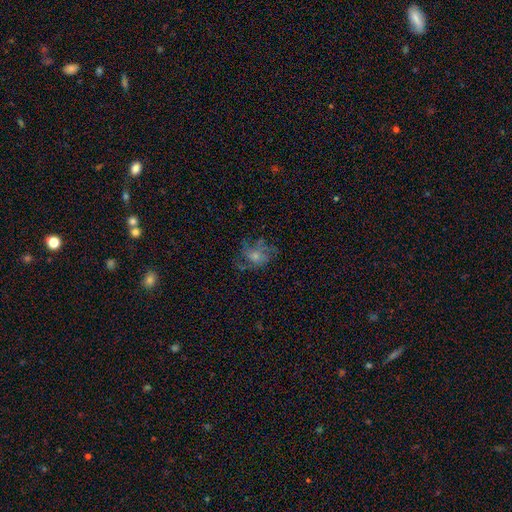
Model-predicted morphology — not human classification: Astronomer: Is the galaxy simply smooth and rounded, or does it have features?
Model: featured or disk — 55%.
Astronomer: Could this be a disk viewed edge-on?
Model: no — 97%.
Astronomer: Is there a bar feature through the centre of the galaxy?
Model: no — 78%.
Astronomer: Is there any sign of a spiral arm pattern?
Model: yes — 76%.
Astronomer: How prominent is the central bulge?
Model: moderate — 45% (runner-up: small, 42%).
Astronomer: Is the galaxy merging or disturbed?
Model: none — 63%.